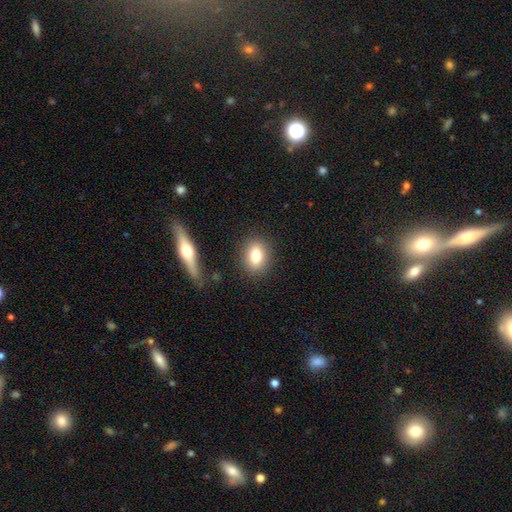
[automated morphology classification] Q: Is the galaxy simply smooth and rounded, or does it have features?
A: smooth — 77%.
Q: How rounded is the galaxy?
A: in between — 58%.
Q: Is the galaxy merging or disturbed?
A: none — 86%.